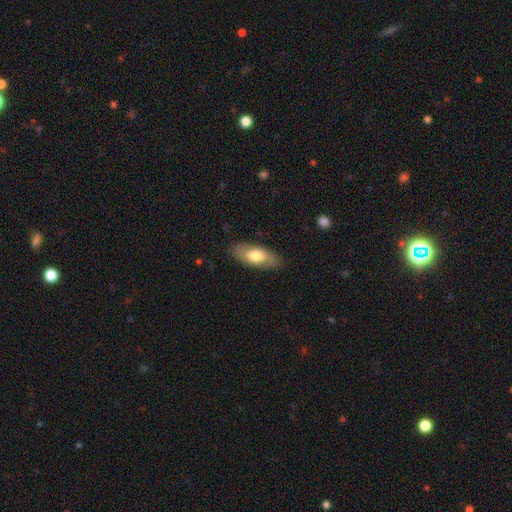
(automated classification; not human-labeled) This is likely a smooth galaxy (67%). How rounded: clearly in between (83%). Merging: clearly none (84%).